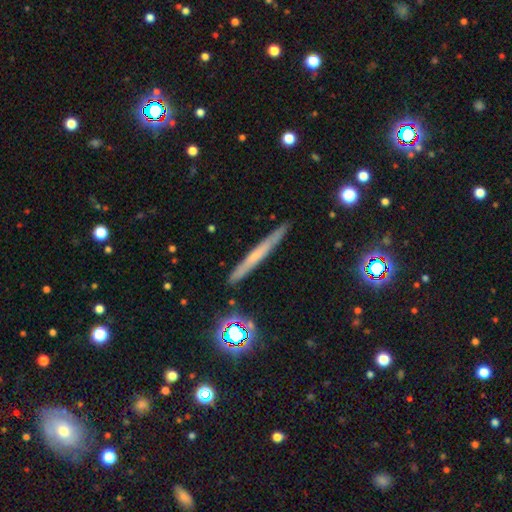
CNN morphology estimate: A featured or disk galaxy (48%). Merging: none (90%).